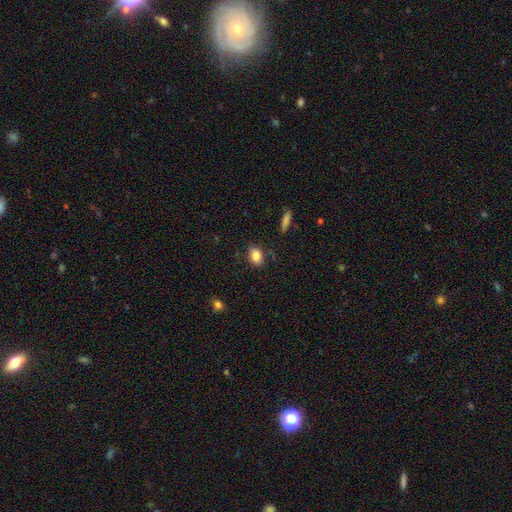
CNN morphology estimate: This appears to be a smooth galaxy with no disk features (83%) that is in between round and cigar-shaped (73%). Merging: none (83%).